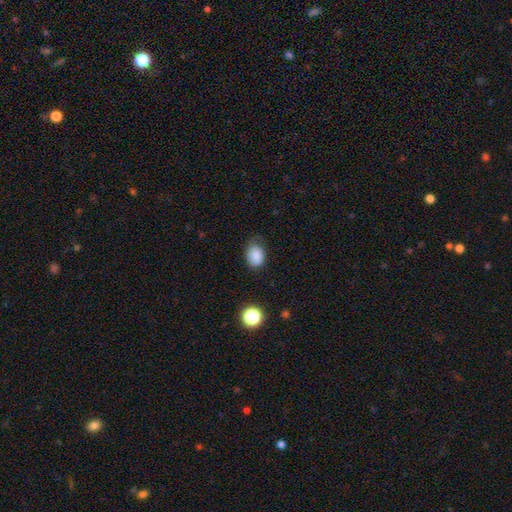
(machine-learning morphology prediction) The model was most divided on "merging": none: 59%, minor disturbance: 31%, major disturbance: 8%, merger: 2%. More confident: smooth or featured — smooth (86%); how rounded — in between (72%).